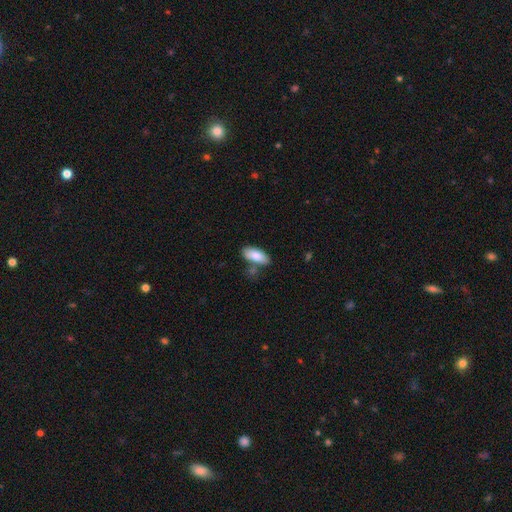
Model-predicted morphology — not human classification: The model was most divided on "merging": none: 72%, minor disturbance: 15%, merger: 10%, major disturbance: 3%. More confident: how rounded — in between (85%); smooth or featured — smooth (85%).